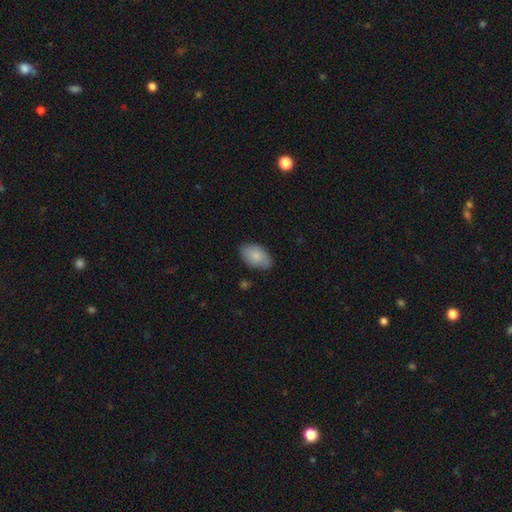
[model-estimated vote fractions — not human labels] Smooth or featured? smooth (85%)
How rounded? in between (94%)
Merging? none (81%)